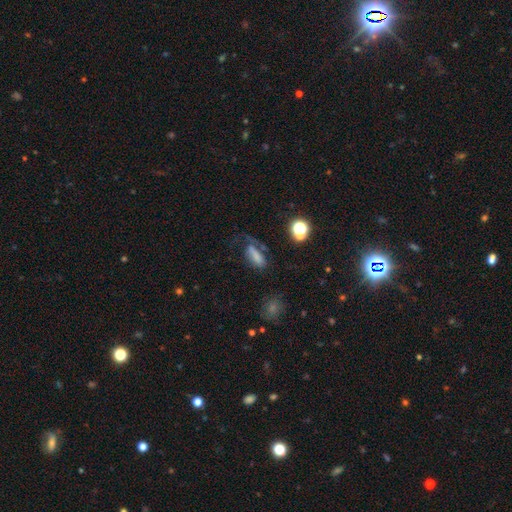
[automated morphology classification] This appears to be a smooth galaxy with no disk features (65%) that is in between round and cigar-shaped (67%). Merging: none (43%).